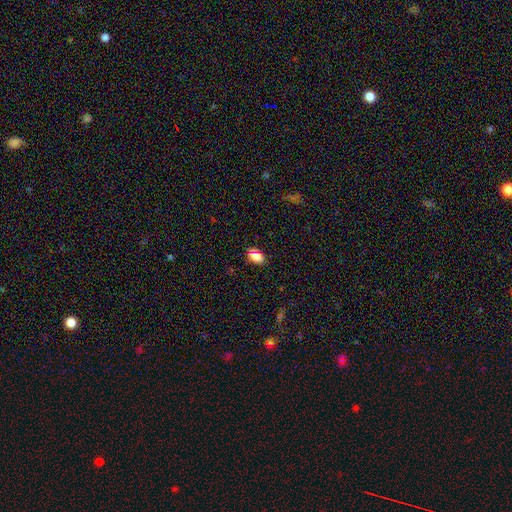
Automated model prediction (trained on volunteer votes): A smooth galaxy with no disk features (77%) that is in between round and cigar-shaped (84%). Merging: none (85%).